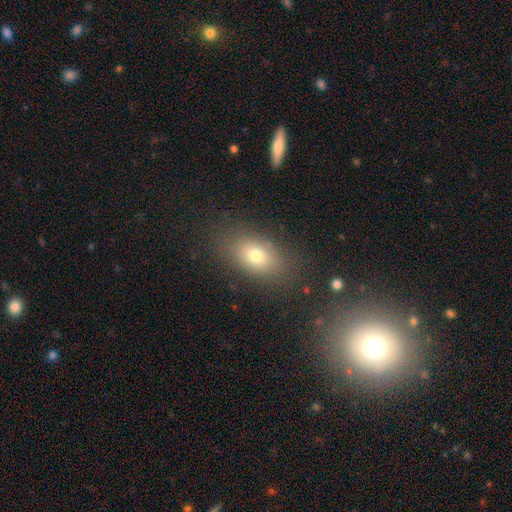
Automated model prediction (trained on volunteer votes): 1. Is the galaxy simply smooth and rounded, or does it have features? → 73% smooth, 15% featured or disk, 12% star or artifact.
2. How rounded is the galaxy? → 82% in between, 15% round, 3% cigar-shaped.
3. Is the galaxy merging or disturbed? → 81% none, 12% minor disturbance, 5% major disturbance, 2% merger.